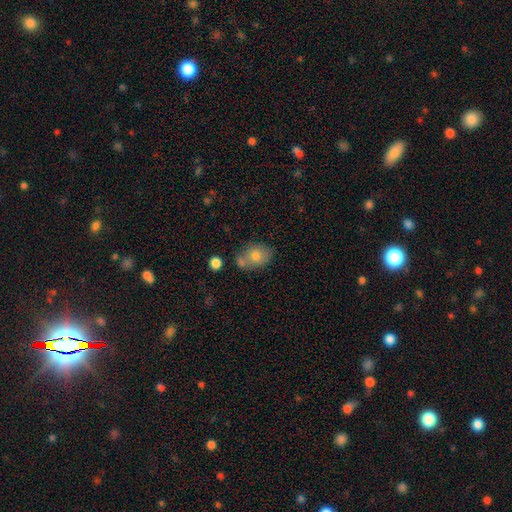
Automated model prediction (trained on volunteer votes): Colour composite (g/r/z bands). It shows a smooth galaxy with no disk features (75%) that is in between round and cigar-shaped (64%). Merging: none (54%).